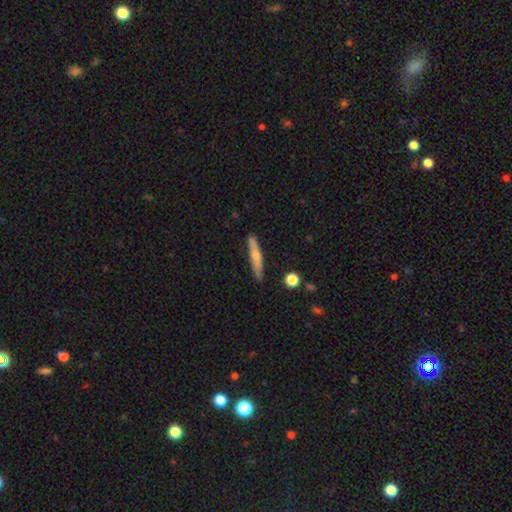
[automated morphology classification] Smooth or featured?
  - smooth: 60% *
  - featured or disk: 34%
  - star or artifact: 6%
How rounded?
  - cigar-shaped: 91% *
  - in between: 7%
  - round: 2%
Merging?
  - none: 82% *
  - minor disturbance: 13%
  - merger: 2%
  - major disturbance: 2%